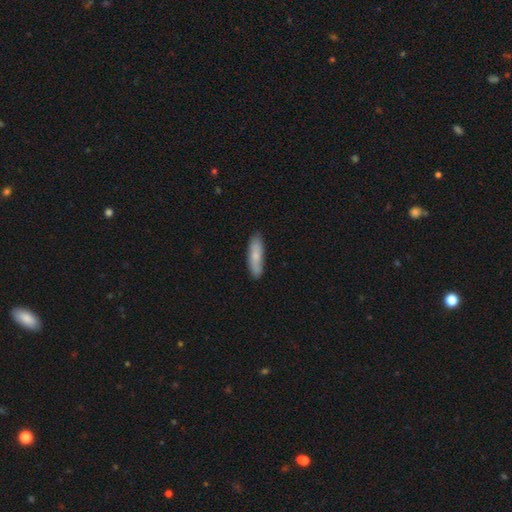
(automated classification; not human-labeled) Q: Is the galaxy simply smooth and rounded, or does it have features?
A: smooth — 76%.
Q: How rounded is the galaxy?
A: cigar-shaped — 63%.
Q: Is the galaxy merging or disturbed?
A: none — 84%.